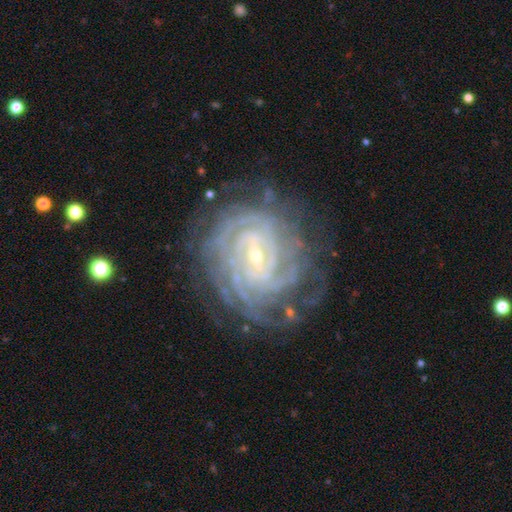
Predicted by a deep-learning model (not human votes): Smooth or featured: featured or disk — 91% (star or artifact — 5%)
Edge-on disk: no — 97% (yes — 3%)
Bar: weak — 48% (strong — 35%)
Spiral arms: yes — 98% (no — 2%)
Spiral winding: tight — 84% (medium — 13%)
Spiral arm count: can't tell — 25% (tied with 4 — 25%)
Bulge size: small — 73% (moderate — 23%)
Merging: none — 75% (minor disturbance — 16%)